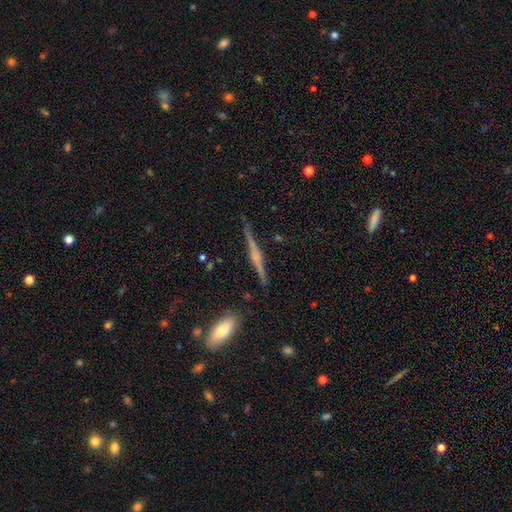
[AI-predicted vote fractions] Smooth or featured? featured or disk (75%)
Edge-on disk? yes (98%)
Edge-on bulge? rounded (62%)
Merging? none (86%)